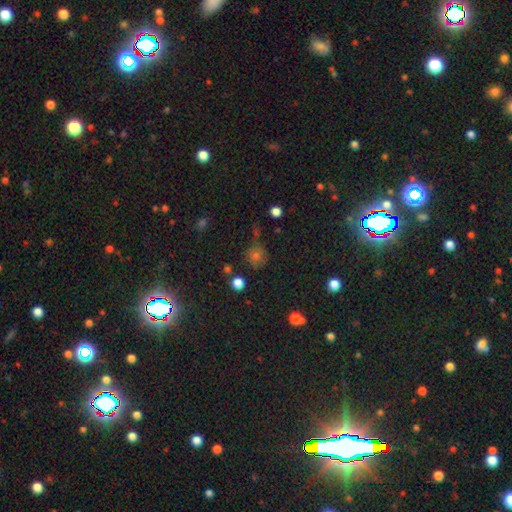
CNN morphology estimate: A smooth galaxy with no disk features (59%) that is round (89%). Merging: none (75%).